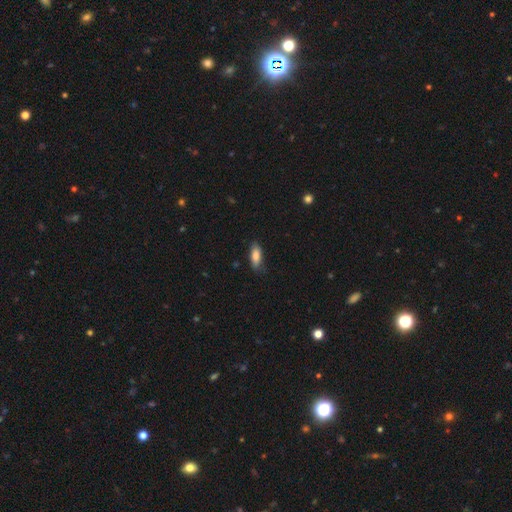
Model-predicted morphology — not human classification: The model was most divided on "how rounded": in between: 75%, cigar-shaped: 23%, round: 2%. More confident: smooth or featured — smooth (83%); merging — none (80%).